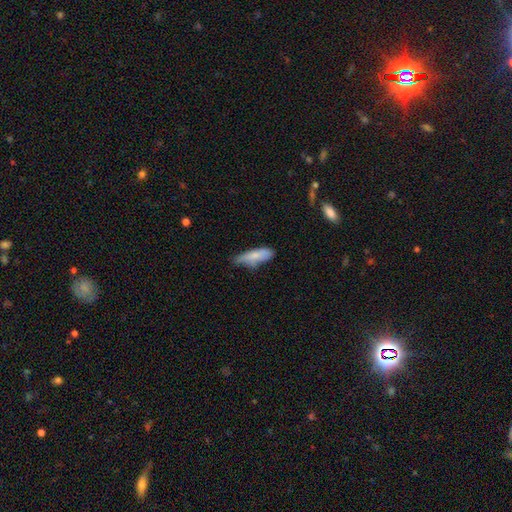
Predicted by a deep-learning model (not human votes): The model was most divided on "how rounded": cigar-shaped: 55%, in between: 44%, round: 2%. More confident: smooth or featured — smooth (76%); merging — none (53%).